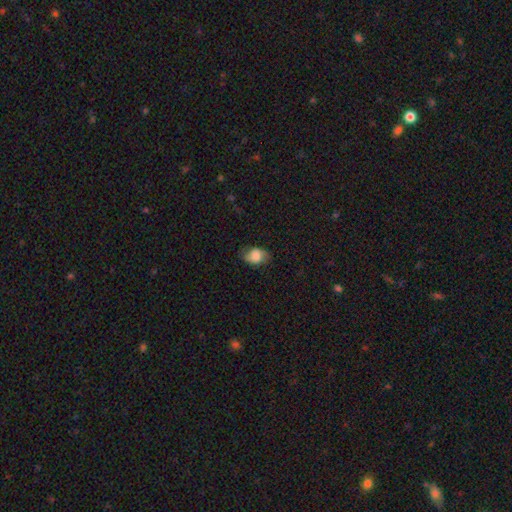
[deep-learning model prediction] The model was most divided on "smooth or featured": smooth: 62%, featured or disk: 28%, star or artifact: 9%. More confident: how rounded — in between (76%); merging — none (71%).